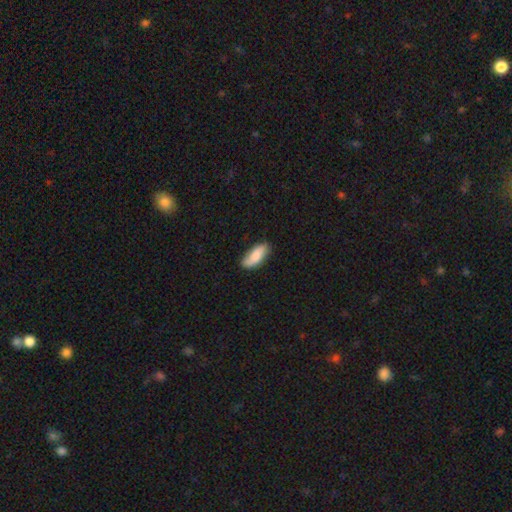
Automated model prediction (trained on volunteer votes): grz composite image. It shows a smooth galaxy with no disk features (74%) that is in between round and cigar-shaped (81%). Merging: none (78%).